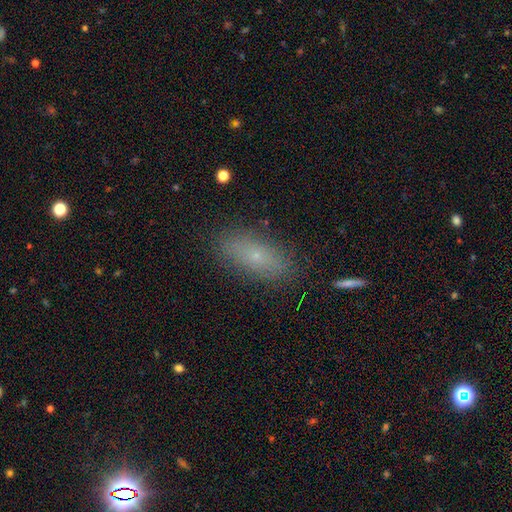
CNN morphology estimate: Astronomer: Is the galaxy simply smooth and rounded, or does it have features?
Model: smooth — 68%.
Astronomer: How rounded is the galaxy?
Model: in between — 74%.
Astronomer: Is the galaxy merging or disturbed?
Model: none — 84%.